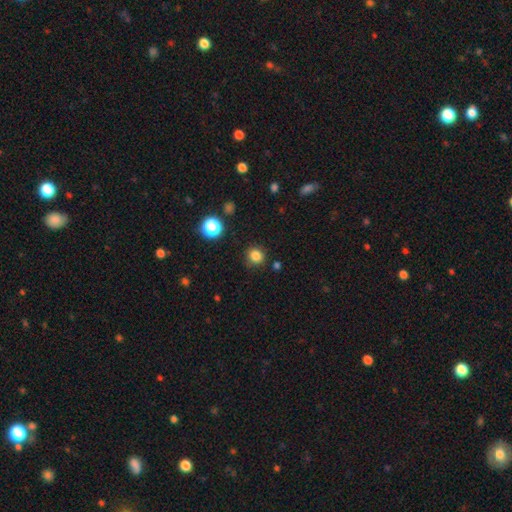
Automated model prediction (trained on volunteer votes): Smooth or featured?
  - smooth: 83% *
  - star or artifact: 13%
  - featured or disk: 4%
How rounded?
  - round: 87% *
  - in between: 12%
  - cigar-shaped: 1%
Merging?
  - none: 87% *
  - minor disturbance: 9%
  - major disturbance: 3%
  - merger: 2%